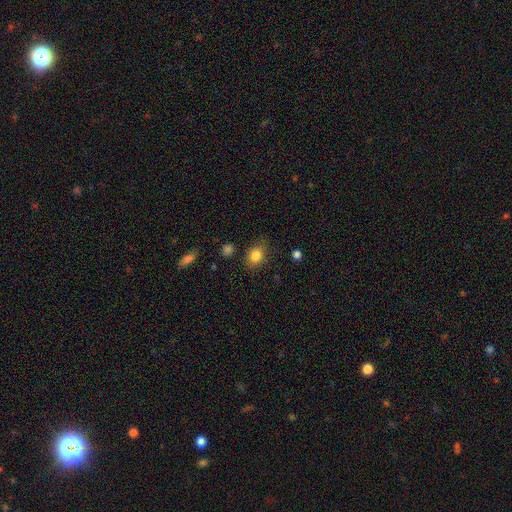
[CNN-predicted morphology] Q: Smooth or featured?
A: smooth (82%); runner-up: star or artifact (10%)
Q: How rounded?
A: in between (57%); runner-up: round (42%)
Q: Merging?
A: none (81%); runner-up: minor disturbance (13%)